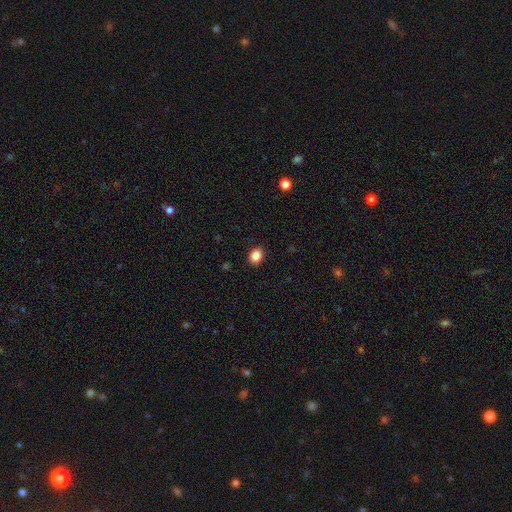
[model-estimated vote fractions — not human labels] smooth 86%, star or artifact 10%, featured or disk 4%. Down the decision tree: how rounded — round (51%); merging — none (90%).